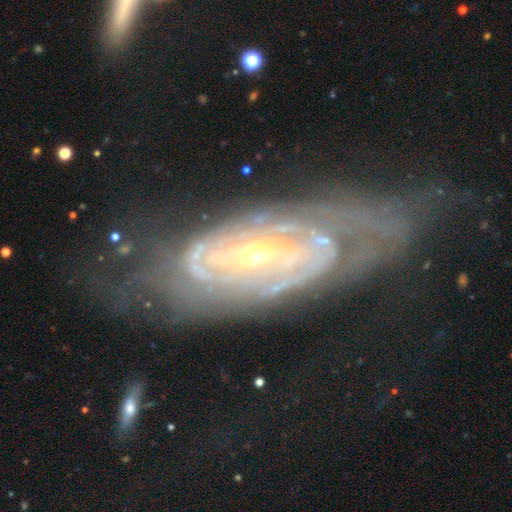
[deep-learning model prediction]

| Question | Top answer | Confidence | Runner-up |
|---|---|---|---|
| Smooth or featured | featured or disk | 88% | smooth (6%) |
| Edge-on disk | no | 91% | yes (9%) |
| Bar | no | 44% | weak (34%) |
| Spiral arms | yes | 93% | no (7%) |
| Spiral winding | tight | 73% | medium (21%) |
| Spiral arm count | can't tell | 38% | 2 (32%) |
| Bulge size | small | 52% | moderate (45%) |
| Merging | none | 58% | minor disturbance (22%) |